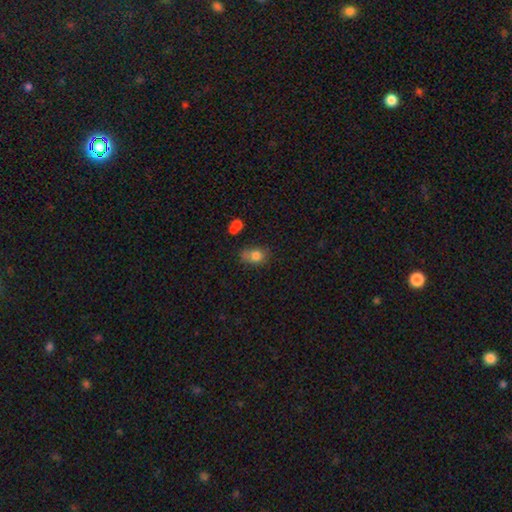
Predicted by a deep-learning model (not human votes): This is likely a smooth galaxy (80%). How rounded: possibly in between (54%). Merging: possibly none (49%).